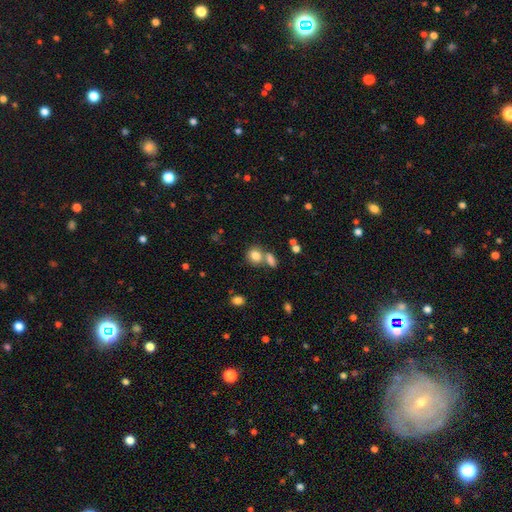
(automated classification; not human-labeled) smooth 81%, star or artifact 11%, featured or disk 8%. Down the decision tree: how rounded — round (72%); merging — none (54%).